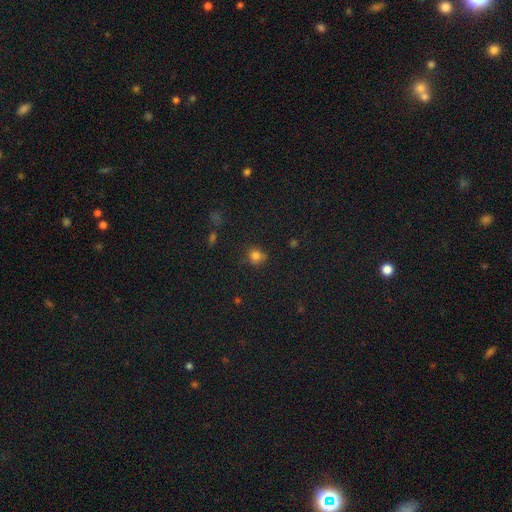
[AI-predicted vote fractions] The model was most divided on "merging": none: 66%, minor disturbance: 23%, major disturbance: 6%, merger: 5%. More confident: how rounded — round (80%); smooth or featured — smooth (78%).